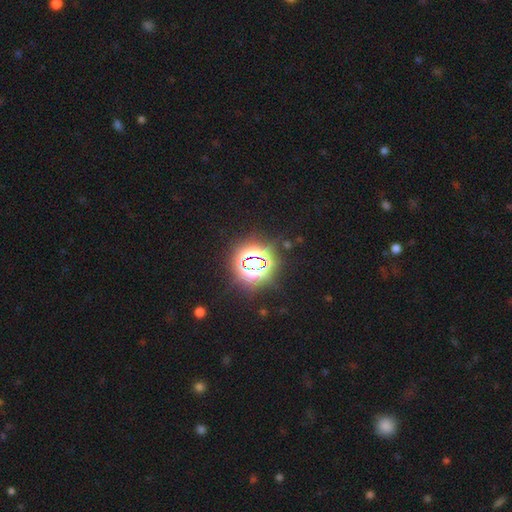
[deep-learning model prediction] This appears to be a star or artifact, not a galaxy (84%).